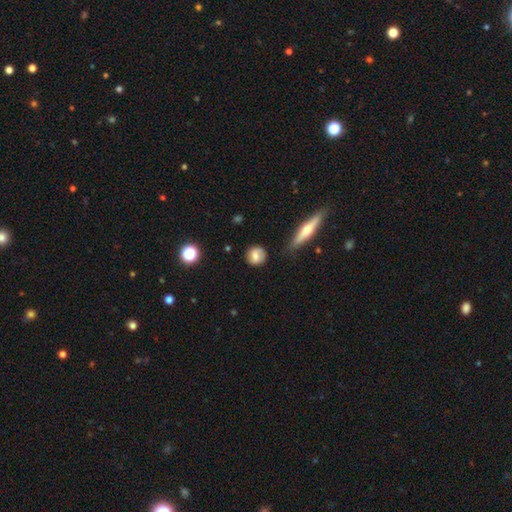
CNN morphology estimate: A smooth galaxy with no disk features (67%) that is round (80%).

Vote fractions:
- Smooth or featured? smooth: 67% / featured or disk: 25% / star or artifact: 9%
- How rounded? round: 80% / in between: 17% / cigar-shaped: 2%
- Merging? none: 78% / minor disturbance: 16% / major disturbance: 4% / merger: 3%